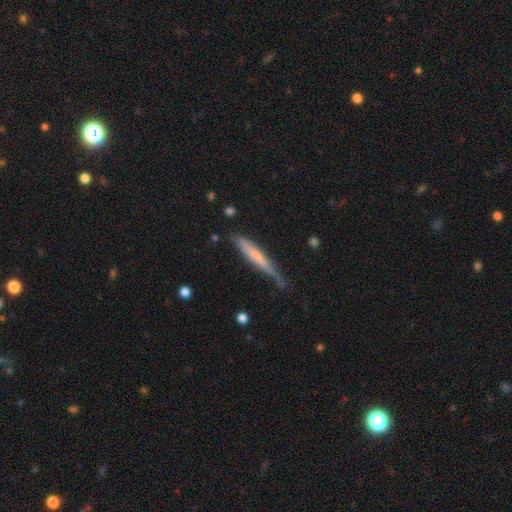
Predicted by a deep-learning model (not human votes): A smooth galaxy with no disk features (56%) that is cigar-shaped (94%). Merging: none (57%).